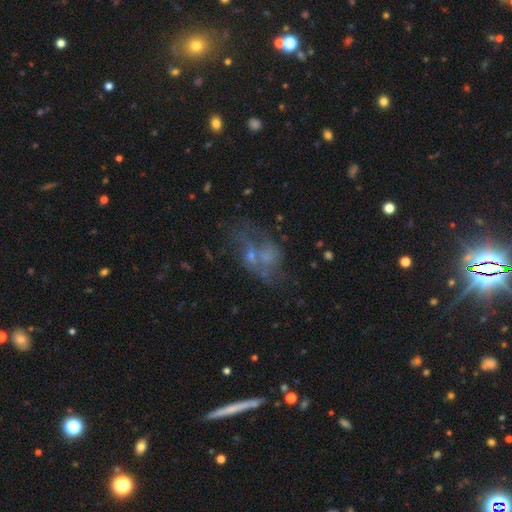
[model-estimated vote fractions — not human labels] Smooth or featured?
  - featured or disk: 48% *
  - smooth: 30%
  - star or artifact: 23%
Merging?
  - none: 33% *
  - merger: 29%
  - major disturbance: 23%
  - minor disturbance: 15%